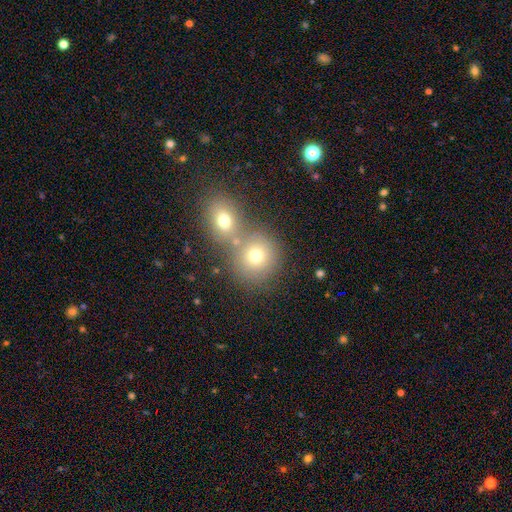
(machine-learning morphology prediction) type=smooth (72%); roundness=round (84%); merging=none (48%).